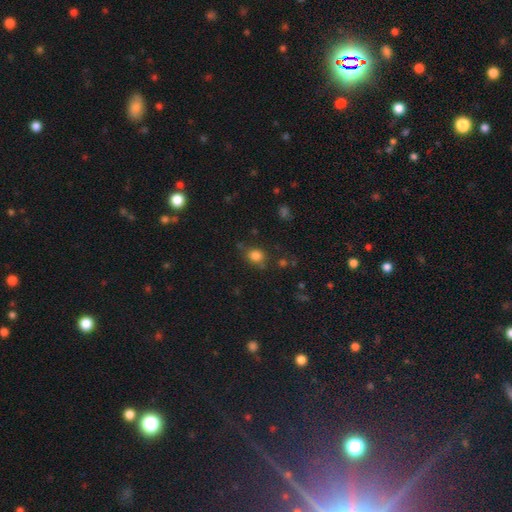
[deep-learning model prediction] Smooth or featured: smooth — 81% (star or artifact — 13%)
How rounded: round — 76% (in between — 23%)
Merging: none — 74% (minor disturbance — 15%)